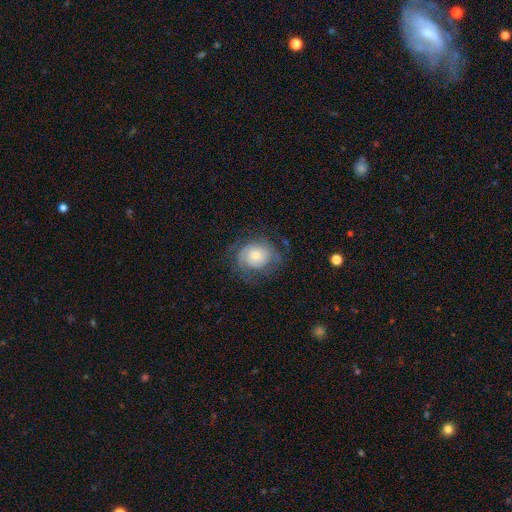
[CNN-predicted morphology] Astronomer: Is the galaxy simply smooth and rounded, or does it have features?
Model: featured or disk — 58% (runner-up: smooth, 34%).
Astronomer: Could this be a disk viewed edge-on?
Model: no — 97%.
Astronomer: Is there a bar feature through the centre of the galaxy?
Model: no — 78%.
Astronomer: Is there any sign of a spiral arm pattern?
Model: yes — 82%.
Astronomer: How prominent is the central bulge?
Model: moderate — 46% (runner-up: small, 38%).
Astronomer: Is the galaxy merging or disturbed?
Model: none — 62%.